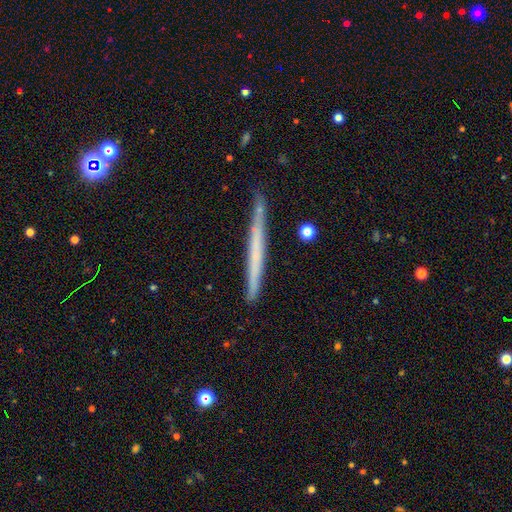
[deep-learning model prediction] The model was most divided on "smooth or featured": featured or disk: 49%, smooth: 45%, star or artifact: 6%. More confident: merging — none (85%).